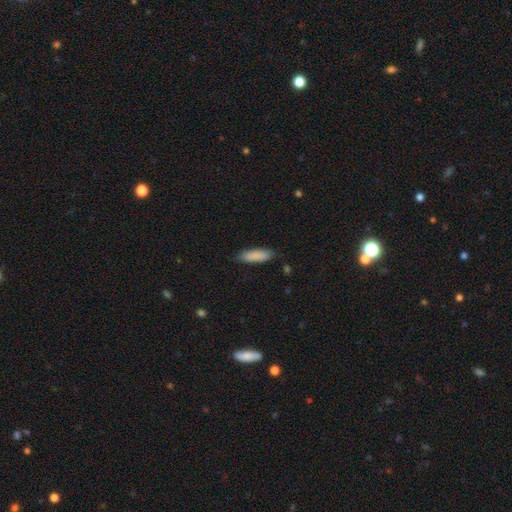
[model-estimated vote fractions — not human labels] This is clearly a smooth galaxy (88%). How rounded: possibly in between (51%). Merging: clearly none (82%).